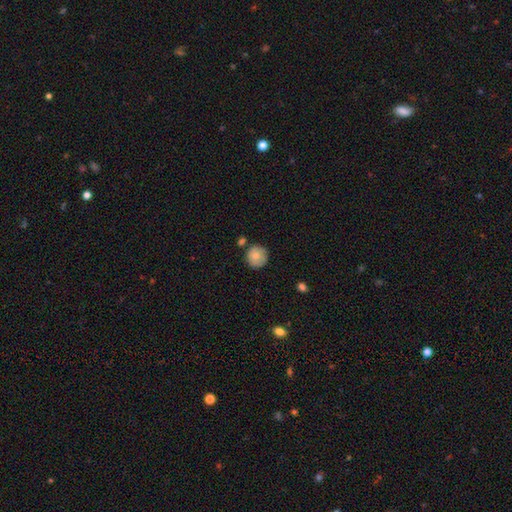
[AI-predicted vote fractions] smooth 75%, featured or disk 18%, star or artifact 7%. Down the decision tree: how rounded — round (91%); merging — none (72%).